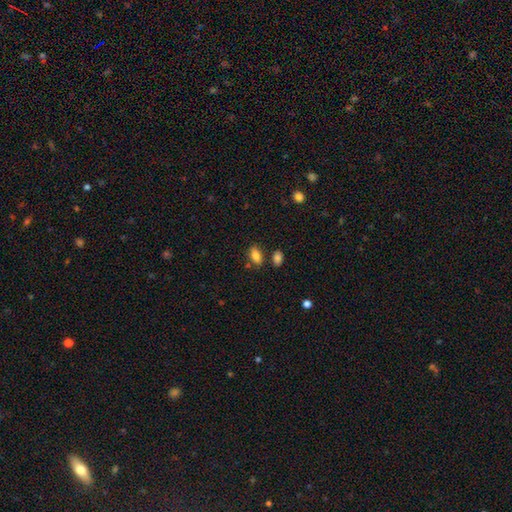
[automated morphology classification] The model was most divided on "merging": none: 75%, minor disturbance: 13%, merger: 8%, major disturbance: 3%. More confident: how rounded — in between (89%); smooth or featured — smooth (82%).